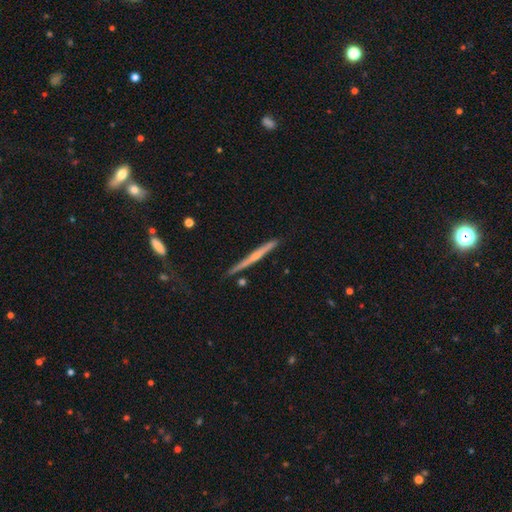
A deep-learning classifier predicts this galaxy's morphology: Smooth or featured?
  - featured or disk: 63% *
  - smooth: 31%
  - star or artifact: 6%
Edge-on disk?
  - yes: 97% *
  - no: 3%
Edge-on bulge?
  - rounded: 47% * (tied)
  - none: 47% * (tied)
  - boxy: 6%
Merging?
  - none: 83% *
  - minor disturbance: 13%
  - merger: 3%
  - major disturbance: 2%